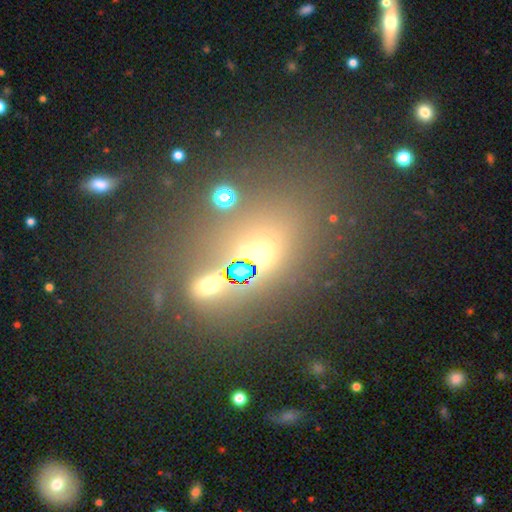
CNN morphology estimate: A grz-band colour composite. It shows a smooth galaxy with no disk features (47%). Merging: none (58%).